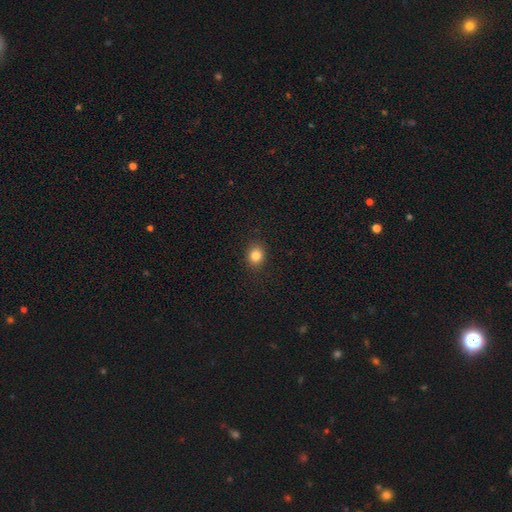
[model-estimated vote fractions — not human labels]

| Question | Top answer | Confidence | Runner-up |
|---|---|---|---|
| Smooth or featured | smooth | 84% | star or artifact (11%) |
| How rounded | round | 69% | in between (30%) |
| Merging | none | 89% | minor disturbance (8%) |